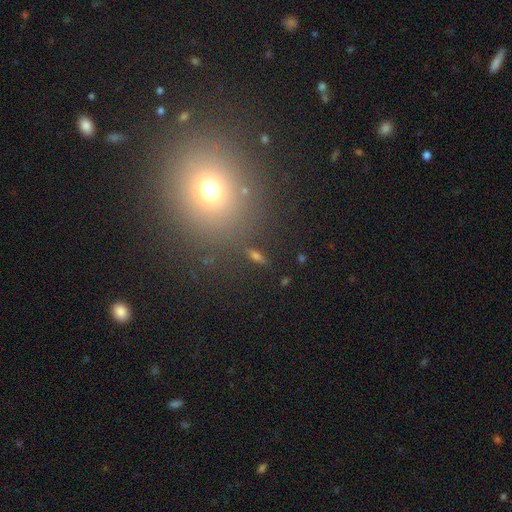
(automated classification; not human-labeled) Smooth or featured?
  - smooth: 55% *
  - star or artifact: 25%
  - featured or disk: 20%
How rounded?
  - in between: 49% *
  - round: 30%
  - cigar-shaped: 21%
Merging?
  - none: 83% *
  - minor disturbance: 9%
  - merger: 5%
  - major disturbance: 4%